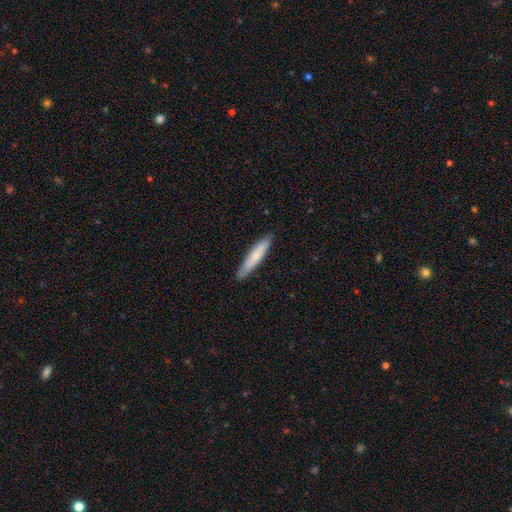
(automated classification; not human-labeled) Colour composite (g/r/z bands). It shows a smooth galaxy with no disk features (70%) that is cigar-shaped (91%). Merging: none (87%).